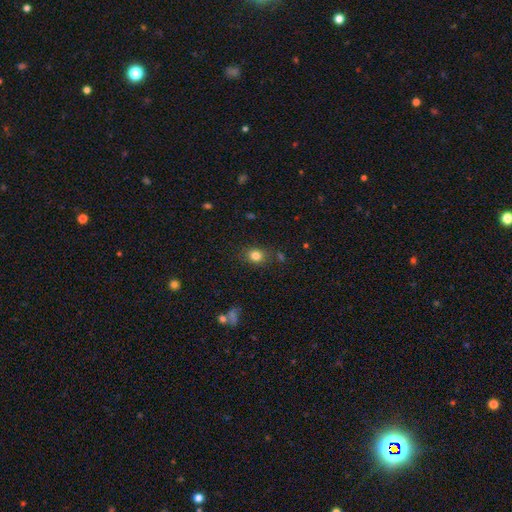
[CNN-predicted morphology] Q: Smooth or featured?
A: smooth (81%); runner-up: star or artifact (12%)
Q: How rounded?
A: round (61%); runner-up: in between (38%)
Q: Merging?
A: none (81%); runner-up: minor disturbance (12%)